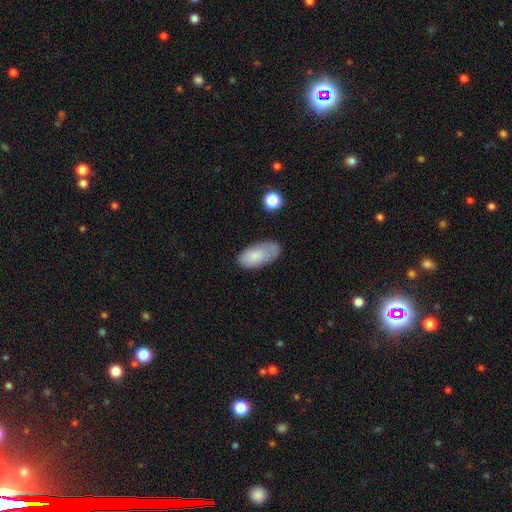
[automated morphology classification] smooth_or_featured: smooth (p=0.77) [alt: featured or disk p=0.15]
how_rounded: in between (p=0.92) [alt: cigar-shaped p=0.05]
merging: none (p=0.57) [alt: minor disturbance p=0.29]